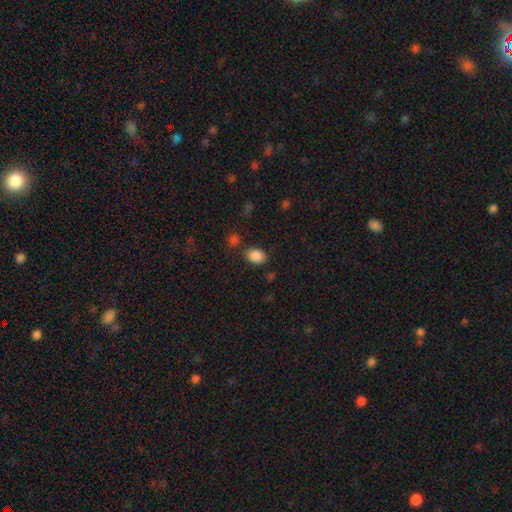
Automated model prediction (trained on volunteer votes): Overall: smooth (87%). How rounded: in between (68%; round 31%). Merging: none (76%).